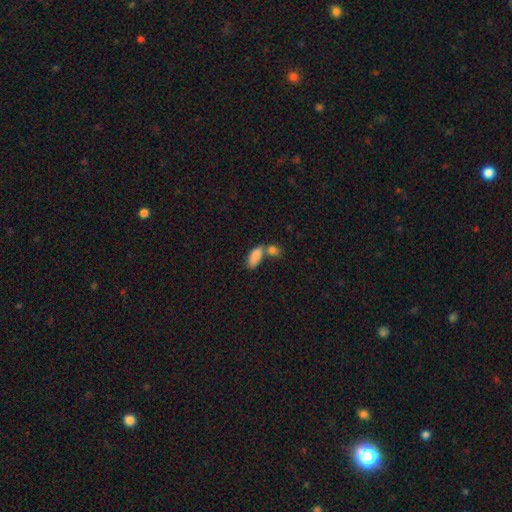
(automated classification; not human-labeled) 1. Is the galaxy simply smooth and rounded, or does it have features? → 84% smooth, 8% featured or disk, 7% star or artifact.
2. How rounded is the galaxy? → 91% in between, 5% cigar-shaped, 4% round.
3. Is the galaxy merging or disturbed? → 54% merger, 30% none, 11% minor disturbance, 5% major disturbance.